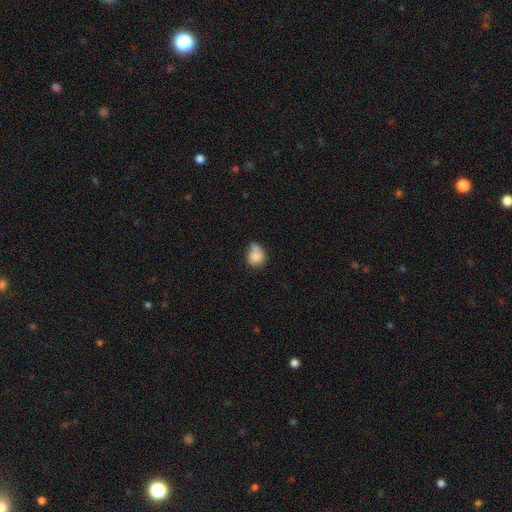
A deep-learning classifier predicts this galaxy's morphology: Smooth or featured? Predicted: smooth (p=0.80). How rounded? Predicted: round (p=0.67). Merging? Predicted: none (p=0.36).